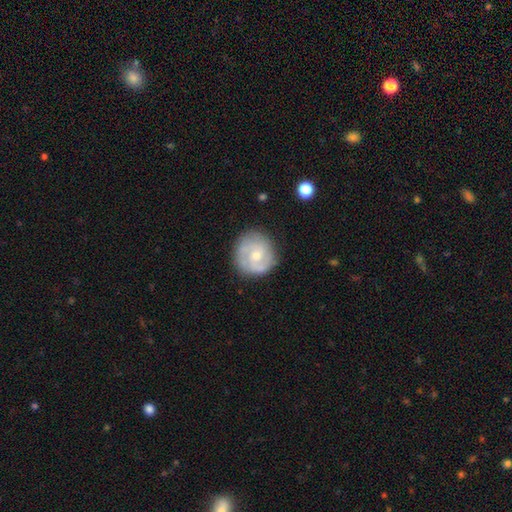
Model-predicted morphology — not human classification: A featured or disk galaxy (70%) with no bar (64%), 2 (48%) tight (53%) spiral arms (89%) and a moderate central bulge (47%, tied with small).

Vote fractions:
- Smooth or featured? featured or disk: 70% / smooth: 24% / star or artifact: 6%
- Edge-on disk? no: 98% / yes: 2%
- Bar? no: 64% / weak: 31% / strong: 4%
- Spiral arms? yes: 89% / no: 11%
- Spiral winding? tight: 53% / medium: 36% / loose: 11%
- Spiral arm count? 2: 48% / can't tell: 24% / 3: 17% / 1: 5% / 4: 4% / more than 4: 3%
- Bulge size? moderate: 47% (tied) / small: 47% (tied) / none: 2% / large: 2% / dominant: 1%
- Merging? none: 79% / minor disturbance: 15% / major disturbance: 5% / merger: 1%